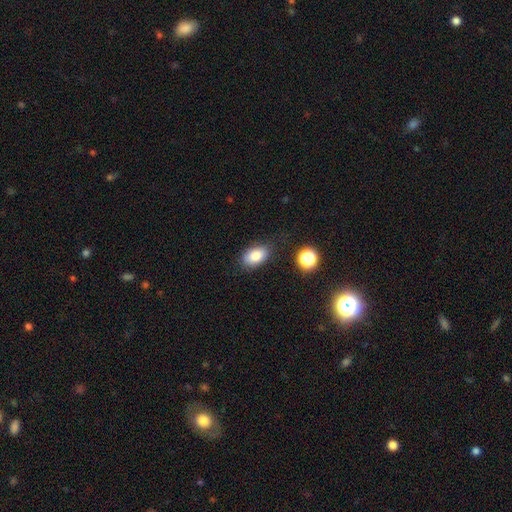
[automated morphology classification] The model was most divided on "merging": none: 80%, minor disturbance: 14%, major disturbance: 4%, merger: 2%. More confident: how rounded — in between (88%); smooth or featured — smooth (83%).